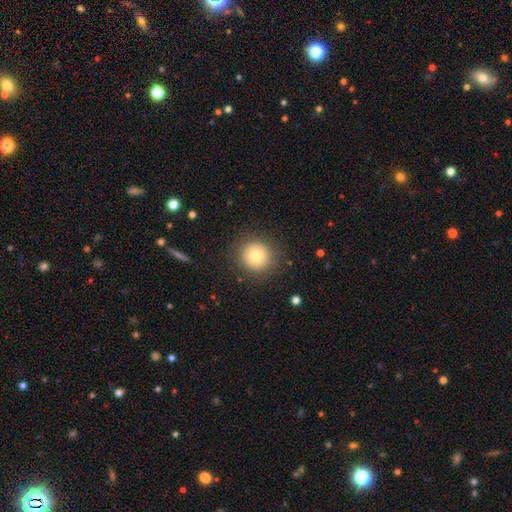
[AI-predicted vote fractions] Morphology: type=smooth (77%); roundness=round (95%); merging=none (88%).